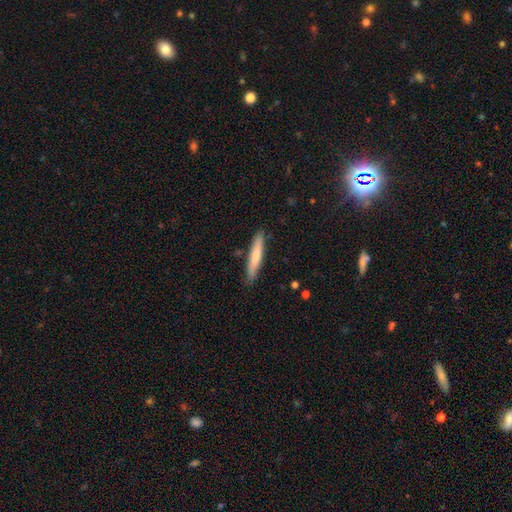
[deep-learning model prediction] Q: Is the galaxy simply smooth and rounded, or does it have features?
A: smooth — 72%.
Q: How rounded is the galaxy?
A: cigar-shaped — 92%.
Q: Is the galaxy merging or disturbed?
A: none — 87%.